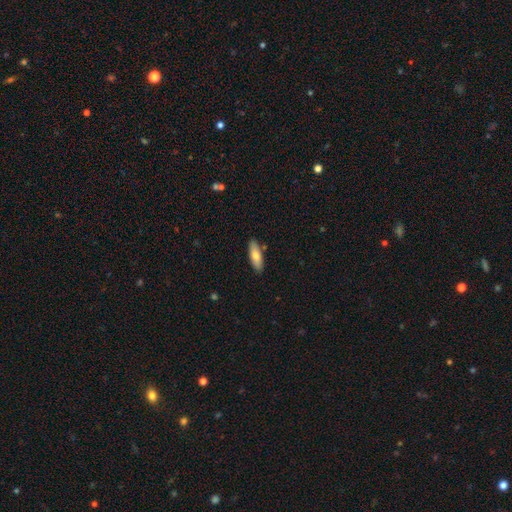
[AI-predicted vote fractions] Morphology: type=smooth (74%); roundness=in between (58%); merging=none (86%).